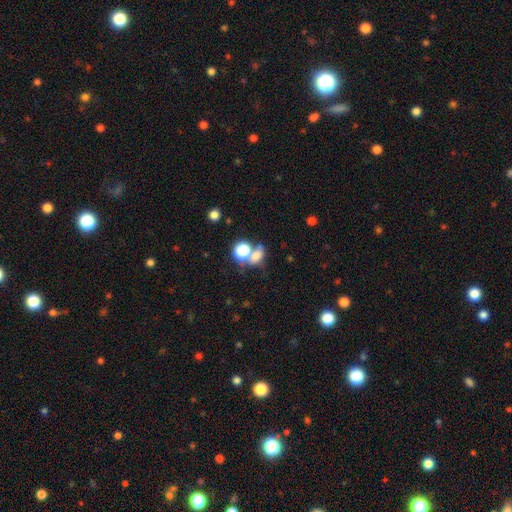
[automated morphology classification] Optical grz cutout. It shows a smooth galaxy with no disk features (68%) that is in between round and cigar-shaped (59%). Merging: merger (41%).